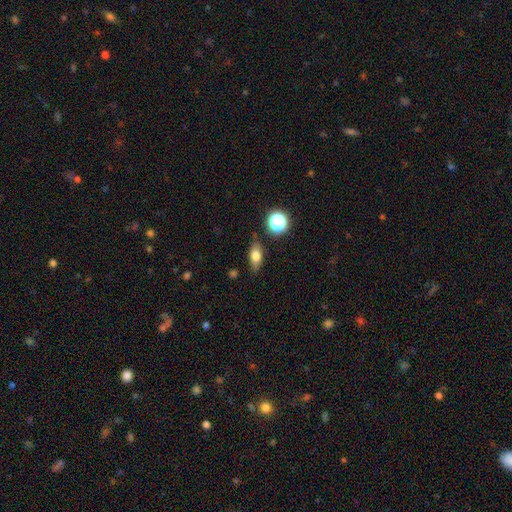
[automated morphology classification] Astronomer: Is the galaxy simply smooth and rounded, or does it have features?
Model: smooth — 74%.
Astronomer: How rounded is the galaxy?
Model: in between — 75%.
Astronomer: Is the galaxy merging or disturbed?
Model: none — 81%.